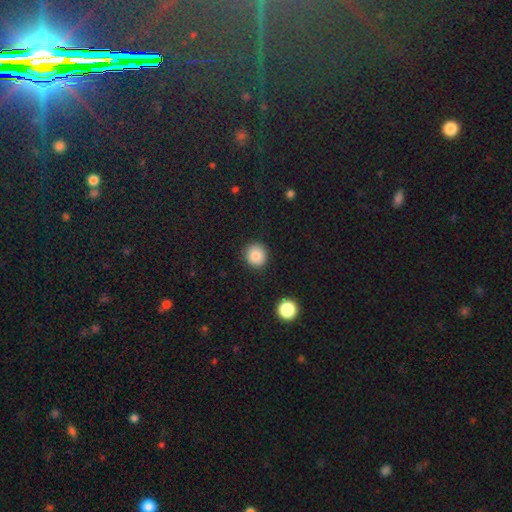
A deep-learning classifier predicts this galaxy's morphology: Q: Smooth or featured?
A: smooth (86%); runner-up: star or artifact (9%)
Q: How rounded?
A: round (90%); runner-up: in between (9%)
Q: Merging?
A: none (90%); runner-up: minor disturbance (7%)